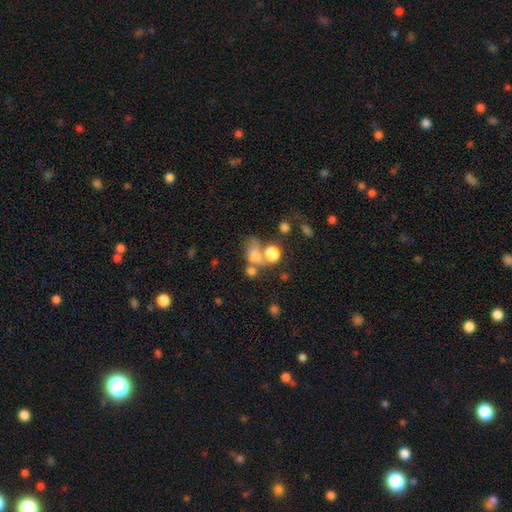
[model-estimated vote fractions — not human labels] smooth 67%, star or artifact 17%, featured or disk 16%. Down the decision tree: how rounded — in between (61%); merging — merger (42%).